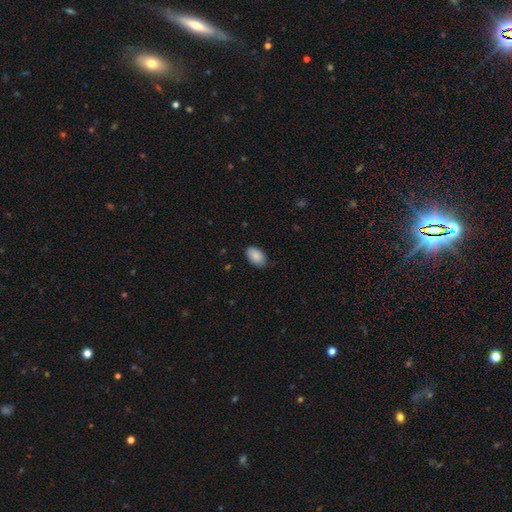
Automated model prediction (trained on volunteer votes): smooth 88%, star or artifact 7%, featured or disk 6%. Down the decision tree: how rounded — in between (93%); merging — none (82%).